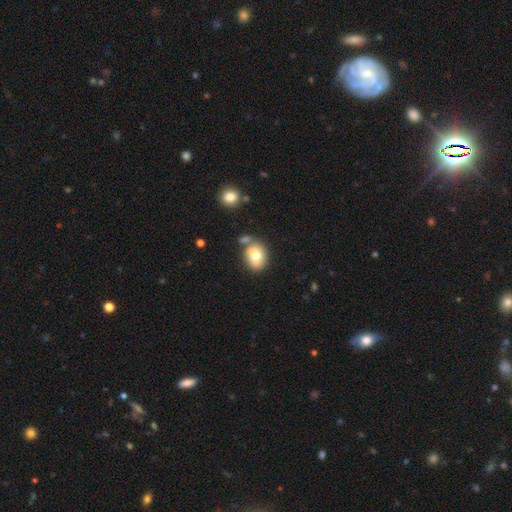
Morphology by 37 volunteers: Smooth or featured? 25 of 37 (68%) said smooth. How rounded? 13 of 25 (52%) said round. Merging? 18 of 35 (51%) said none.